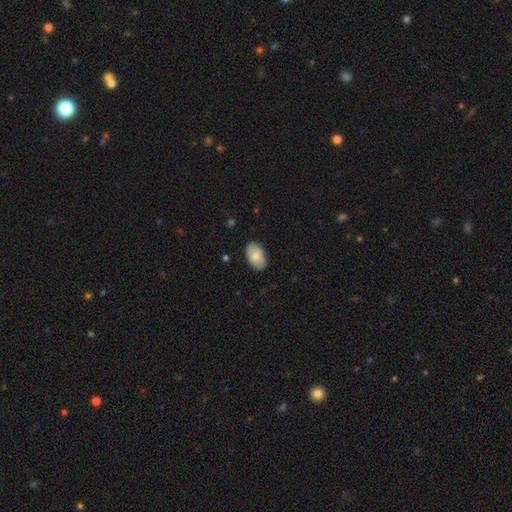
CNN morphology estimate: Smooth or featured? smooth (79%)
How rounded? in between (93%)
Merging? none (84%)